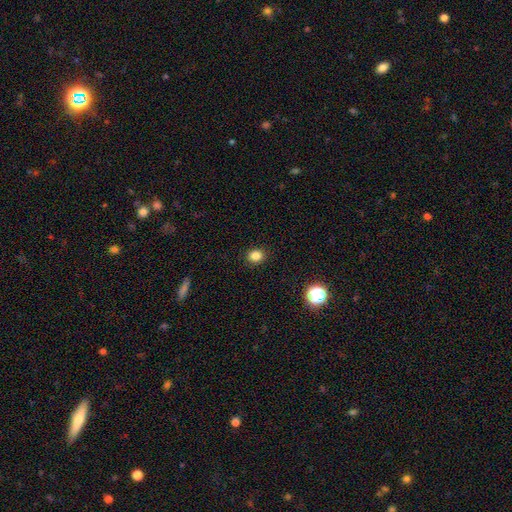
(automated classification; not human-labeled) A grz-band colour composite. It shows a smooth galaxy with no disk features (83%) that is round (68%). Merging: none (90%).